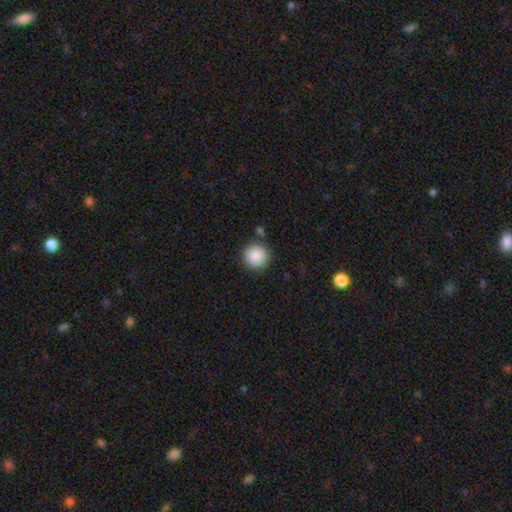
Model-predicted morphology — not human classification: The model was most divided on "merging": none: 86%, minor disturbance: 8%, merger: 4%, major disturbance: 3%. More confident: how rounded — round (95%); smooth or featured — smooth (89%).